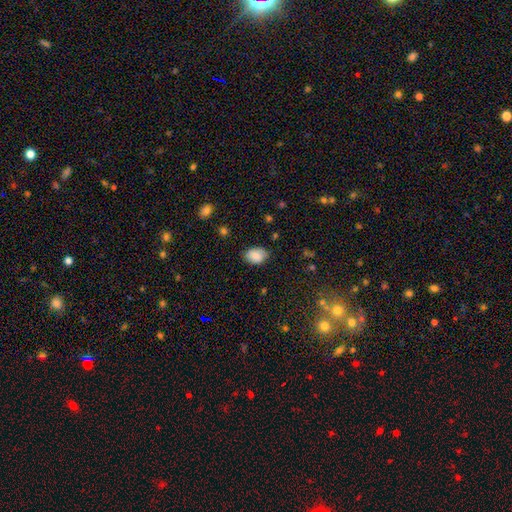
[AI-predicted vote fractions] Smooth or featured: smooth — 85% (star or artifact — 8%)
How rounded: in between — 81% (round — 18%)
Merging: none — 76% (minor disturbance — 19%)